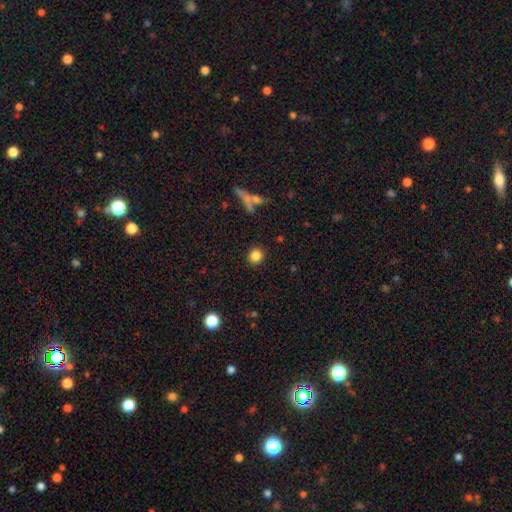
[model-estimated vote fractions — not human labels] Q: Smooth or featured?
A: smooth (84%); runner-up: star or artifact (10%)
Q: How rounded?
A: round (83%); runner-up: in between (15%)
Q: Merging?
A: none (89%); runner-up: minor disturbance (6%)